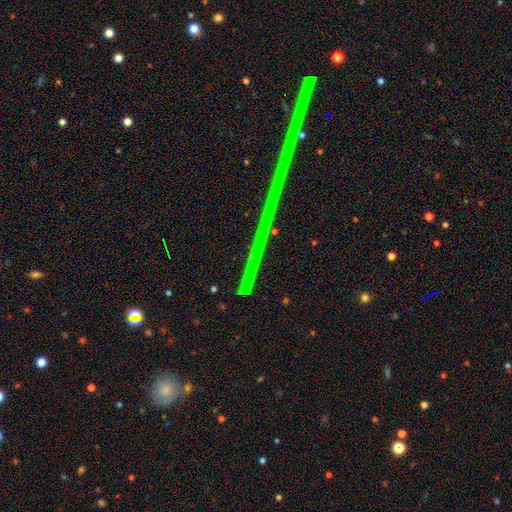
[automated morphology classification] The model was most divided on "smooth or featured": star or artifact: 77%, featured or disk: 14%, smooth: 9%.